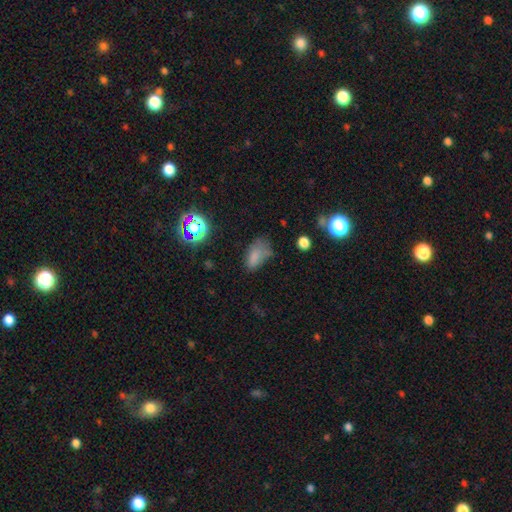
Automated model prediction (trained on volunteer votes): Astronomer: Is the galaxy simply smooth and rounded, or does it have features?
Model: smooth — 69%.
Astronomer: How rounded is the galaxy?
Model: in between — 88%.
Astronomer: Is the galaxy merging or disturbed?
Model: none — 38% (runner-up: minor disturbance, 33%).